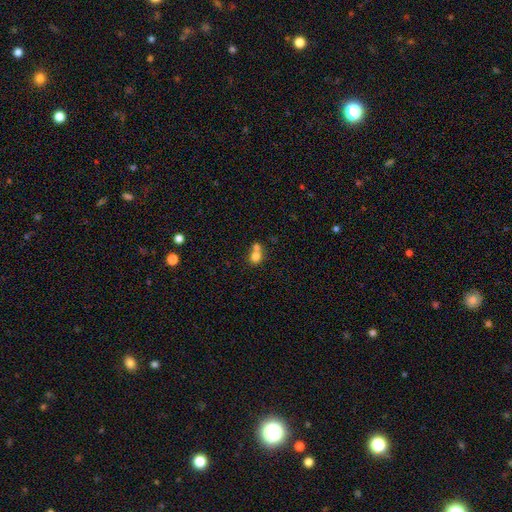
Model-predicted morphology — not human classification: smooth_or_featured: smooth (p=0.77) [alt: featured or disk p=0.13]
how_rounded: round (p=0.75) [alt: in between p=0.24]
merging: merger (p=0.57) [alt: none p=0.33]